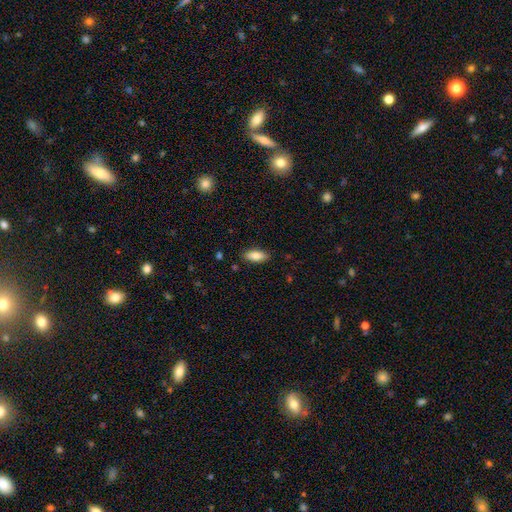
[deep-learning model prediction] A smooth galaxy with no disk features (84%) that is in between round and cigar-shaped (83%). Merging: none (86%).